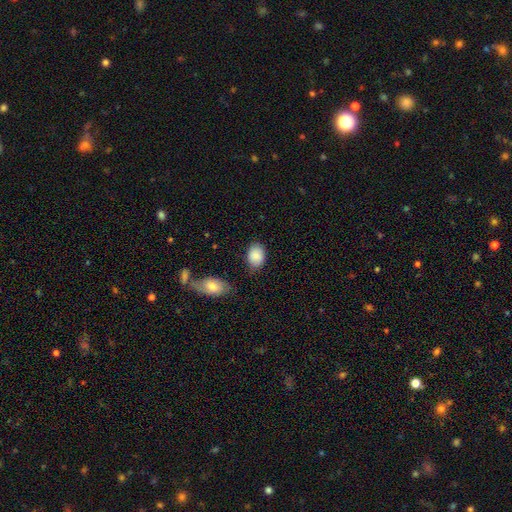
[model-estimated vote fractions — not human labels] Morphology: type=smooth (86%); roundness=in between (76%); merging=none (74%).